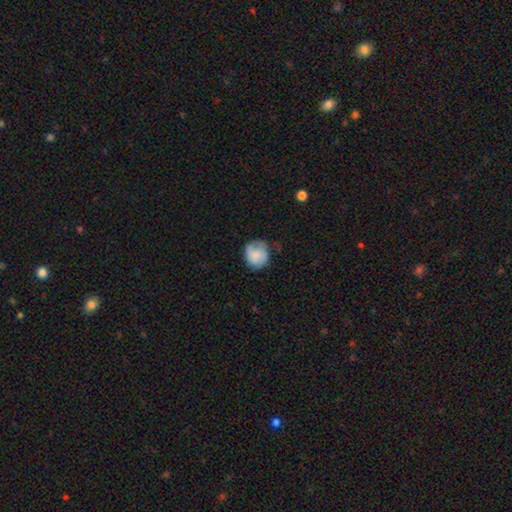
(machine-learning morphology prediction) smooth_or_featured: smooth (p=0.68) [alt: featured or disk p=0.25]
how_rounded: round (p=0.78) [alt: in between p=0.21]
merging: none (p=0.58) [alt: minor disturbance p=0.29]